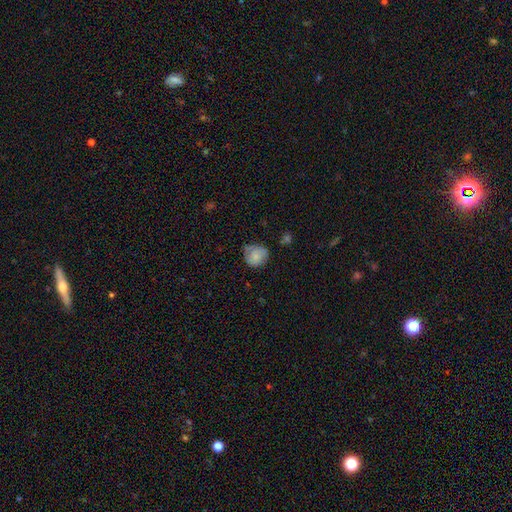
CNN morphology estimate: Q: Smooth or featured?
A: smooth (75%); runner-up: featured or disk (17%)
Q: How rounded?
A: round (80%); runner-up: in between (19%)
Q: Merging?
A: none (56%); runner-up: minor disturbance (32%)